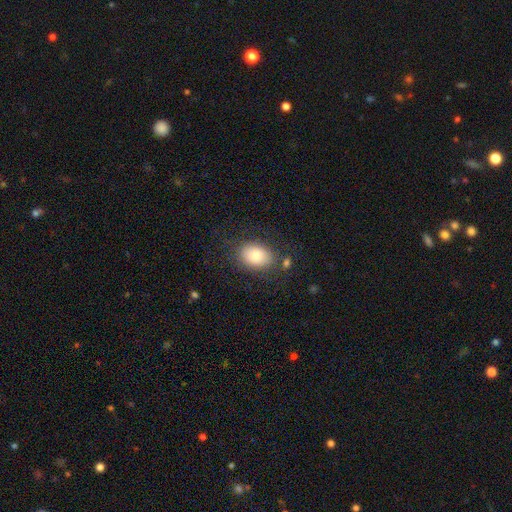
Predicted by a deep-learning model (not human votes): This appears to be a smooth galaxy with no disk features (84%) that is in between round and cigar-shaped (82%). Merging: none (77%).